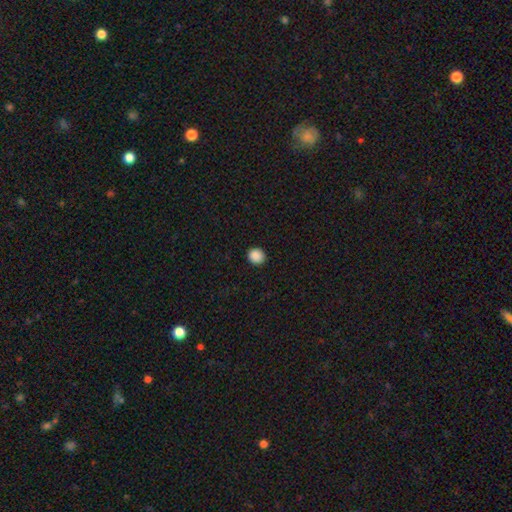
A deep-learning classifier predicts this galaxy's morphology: smooth 89%, star or artifact 9%, featured or disk 2%. Down the decision tree: how rounded — round (85%); merging — none (93%).